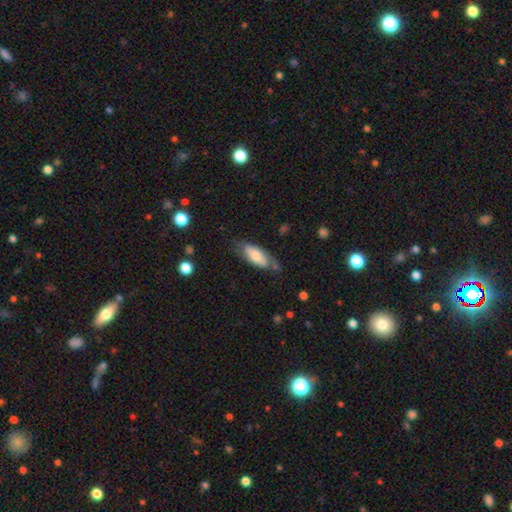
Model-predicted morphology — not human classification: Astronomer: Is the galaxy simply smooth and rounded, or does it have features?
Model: smooth — 62%.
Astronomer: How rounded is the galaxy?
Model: in between — 81%.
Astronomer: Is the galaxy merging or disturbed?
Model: none — 59%.